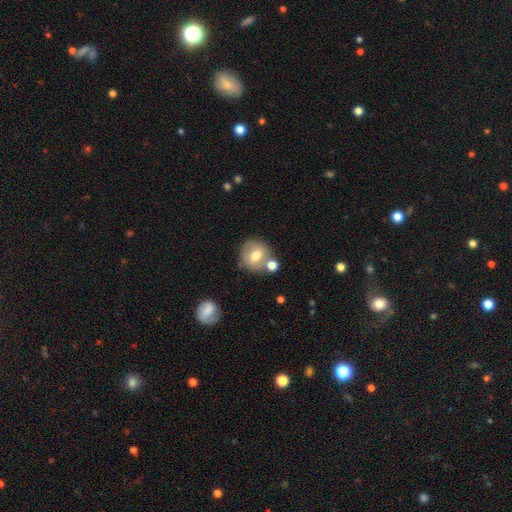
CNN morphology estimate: Smooth or featured: smooth — 62% (featured or disk — 29%)
How rounded: round — 85% (in between — 14%)
Merging: none — 63% (merger — 19%)